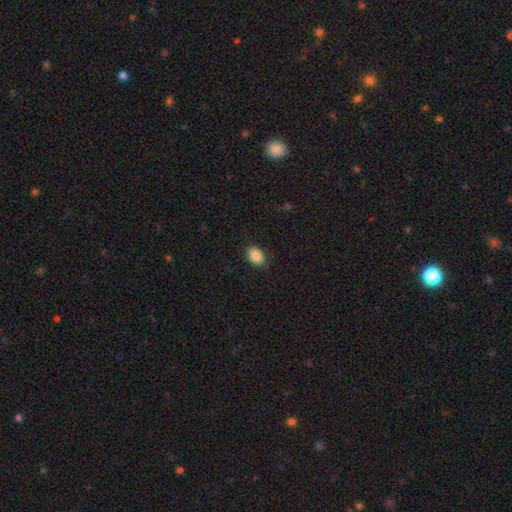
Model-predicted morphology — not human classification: This appears to be a smooth galaxy with no disk features (88%) that is in between round and cigar-shaped (74%). Merging: none (88%).